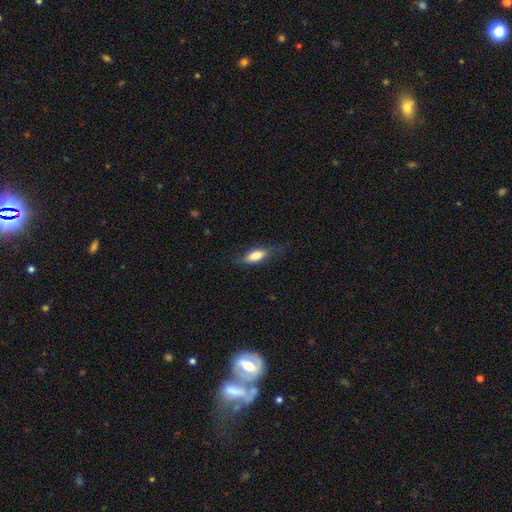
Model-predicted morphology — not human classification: A smooth galaxy with no disk features (74%) that is in between round and cigar-shaped (70%). Merging: none (68%).